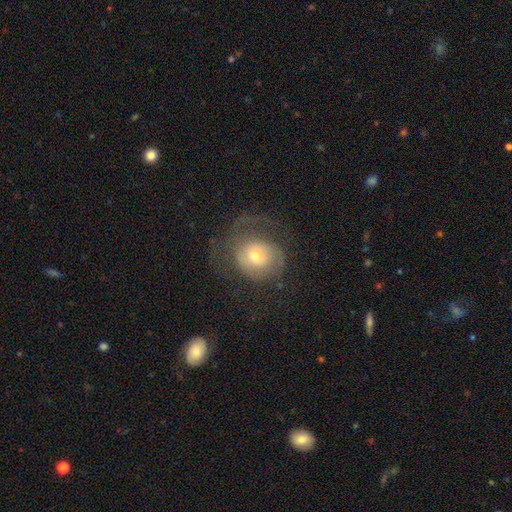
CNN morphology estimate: smooth_or_featured: featured or disk (p=0.48) [alt: smooth p=0.42]
merging: none (p=0.44) [alt: major disturbance p=0.36]